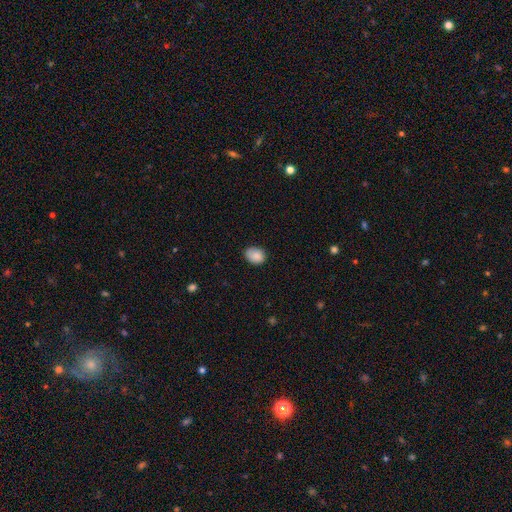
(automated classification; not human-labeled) The model was most divided on "how rounded": in between: 65%, round: 34%, cigar-shaped: 1%. More confident: smooth or featured — smooth (87%); merging — none (77%).